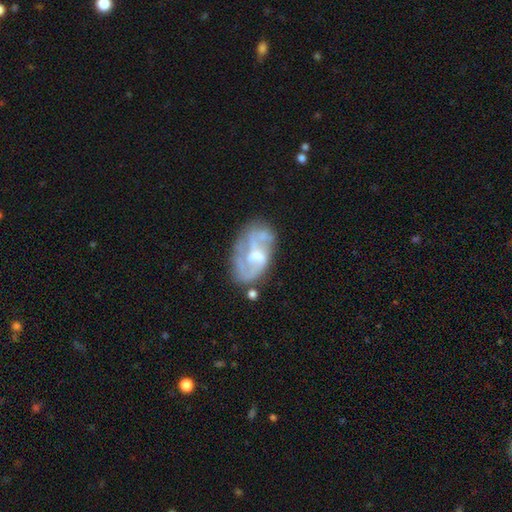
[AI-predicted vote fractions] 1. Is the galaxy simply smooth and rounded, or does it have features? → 75% featured or disk, 17% smooth, 7% star or artifact.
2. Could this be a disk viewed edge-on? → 96% no, 4% yes.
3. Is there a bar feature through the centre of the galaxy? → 48% weak, 36% no, 15% strong.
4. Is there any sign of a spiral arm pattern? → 74% yes, 26% no.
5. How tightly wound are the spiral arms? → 43% medium, 30% loose, 27% tight.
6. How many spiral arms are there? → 42% 2, 30% can't tell, 13% 3, 10% 1, 3% 4, 2% more than 4.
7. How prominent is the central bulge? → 47% moderate, 29% small, 16% none, 8% large, 1% dominant.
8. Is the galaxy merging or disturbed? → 48% none, 23% minor disturbance, 20% major disturbance, 9% merger.